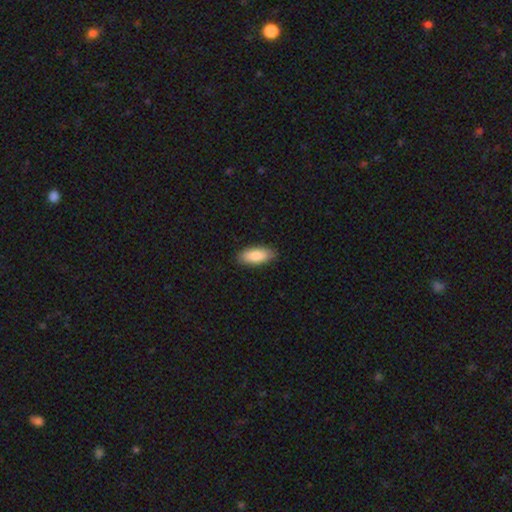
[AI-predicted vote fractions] This is clearly a smooth galaxy (86%). How rounded: clearly in between (86%). Merging: clearly none (87%).